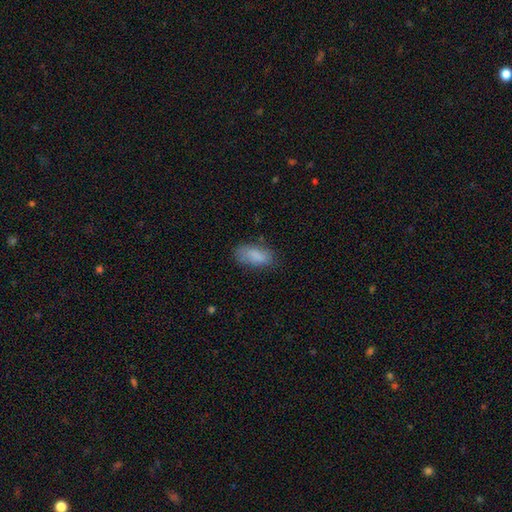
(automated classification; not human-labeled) A smooth galaxy with no disk features (83%) that is in between round and cigar-shaped (90%).

Vote fractions:
- Smooth or featured? smooth: 83% / featured or disk: 9% / star or artifact: 8%
- How rounded? in between: 90% / cigar-shaped: 7% / round: 3%
- Merging? none: 69% / minor disturbance: 22% / major disturbance: 7% / merger: 2%